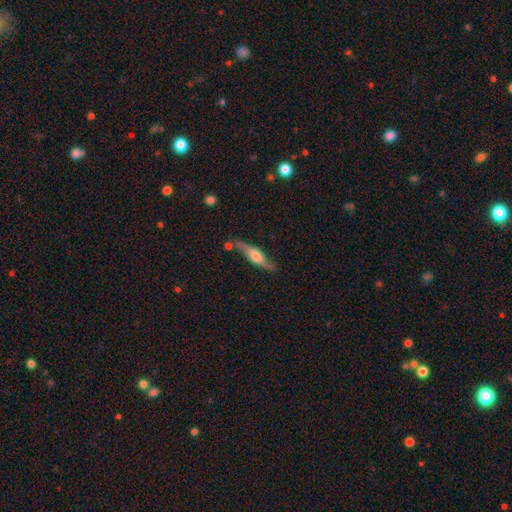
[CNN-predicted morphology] Smooth or featured? Predicted: featured or disk (p=0.57). Edge-on disk? Predicted: yes (p=0.81). Merging? Predicted: none (p=0.74).